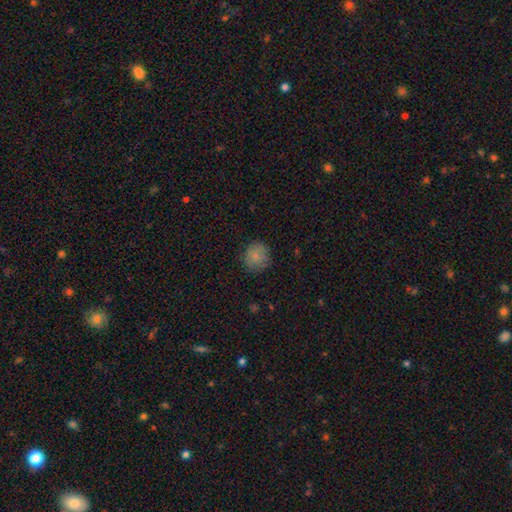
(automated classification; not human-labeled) A smooth galaxy with no disk features (80%) that is round (86%).

Vote fractions:
- Smooth or featured? smooth: 80% / featured or disk: 11% / star or artifact: 9%
- How rounded? round: 86% / in between: 13% / cigar-shaped: 1%
- Merging? none: 78% / minor disturbance: 16% / major disturbance: 4% / merger: 1%